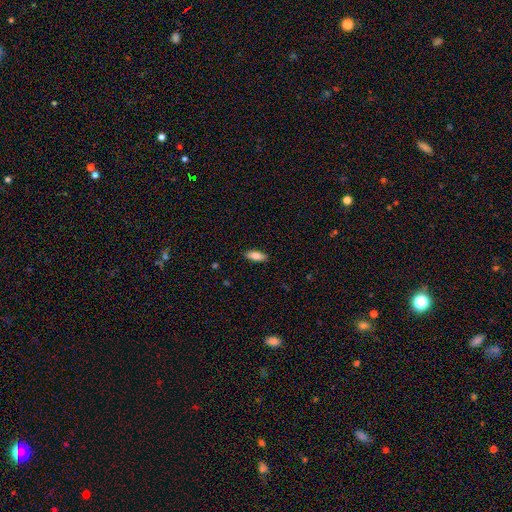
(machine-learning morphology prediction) The model was most divided on "how rounded": in between: 78%, cigar-shaped: 20%, round: 2%. More confident: merging — none (89%); smooth or featured — smooth (81%).